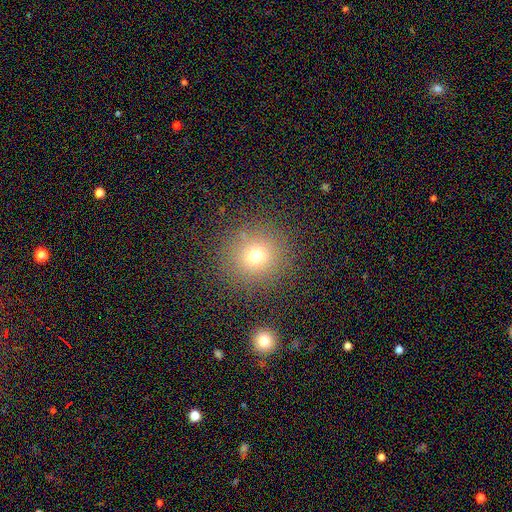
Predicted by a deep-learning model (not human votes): This is likely a smooth galaxy (71%). How rounded: clearly round (92%). Merging: clearly none (86%).